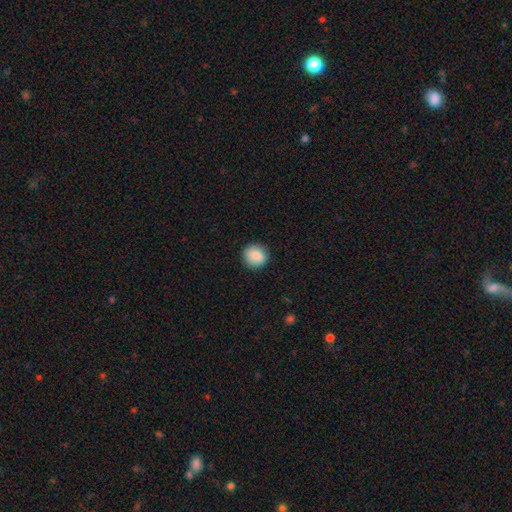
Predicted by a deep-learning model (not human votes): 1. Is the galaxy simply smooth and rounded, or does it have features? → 86% smooth, 8% star or artifact, 6% featured or disk.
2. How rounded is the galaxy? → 92% round, 7% in between, 1% cigar-shaped.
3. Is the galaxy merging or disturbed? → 89% none, 8% minor disturbance, 2% major disturbance, 1% merger.